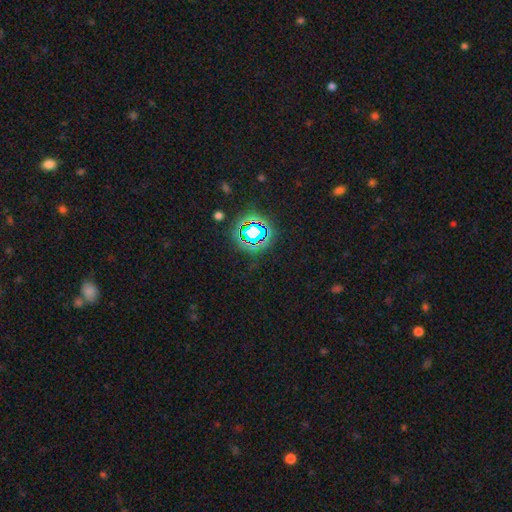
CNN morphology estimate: smooth_or_featured: star or artifact (p=0.77) [alt: smooth p=0.15]